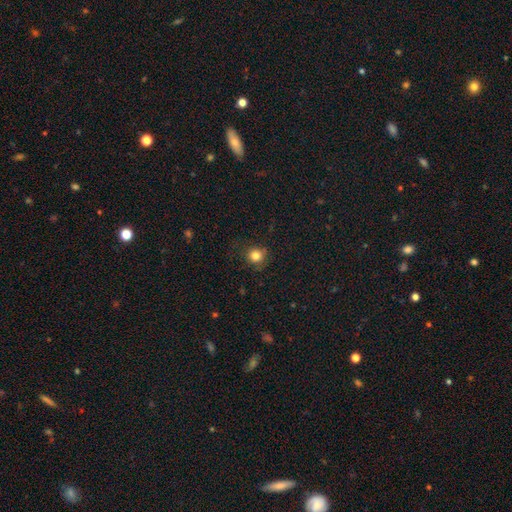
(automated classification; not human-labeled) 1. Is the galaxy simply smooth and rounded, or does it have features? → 82% smooth, 12% star or artifact, 6% featured or disk.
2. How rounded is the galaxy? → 89% round, 10% in between, 1% cigar-shaped.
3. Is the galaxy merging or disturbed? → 80% none, 14% minor disturbance, 5% major disturbance, 1% merger.